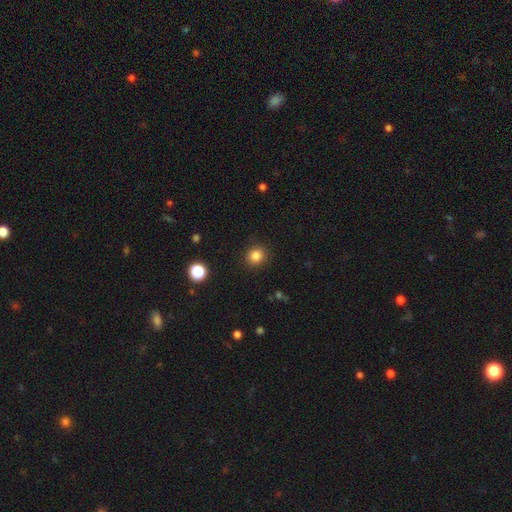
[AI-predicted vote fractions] Smooth or featured? Predicted: smooth (p=0.84). How rounded? Predicted: round (p=0.85). Merging? Predicted: none (p=0.90).